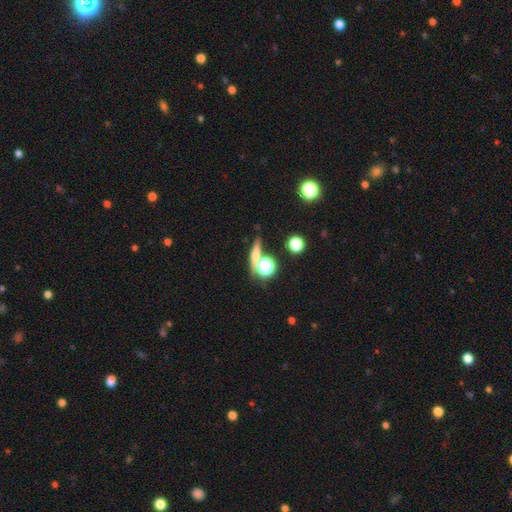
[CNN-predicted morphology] The model was most divided on "smooth or featured": smooth: 49%, featured or disk: 28%, star or artifact: 23%. More confident: merging — none (69%).